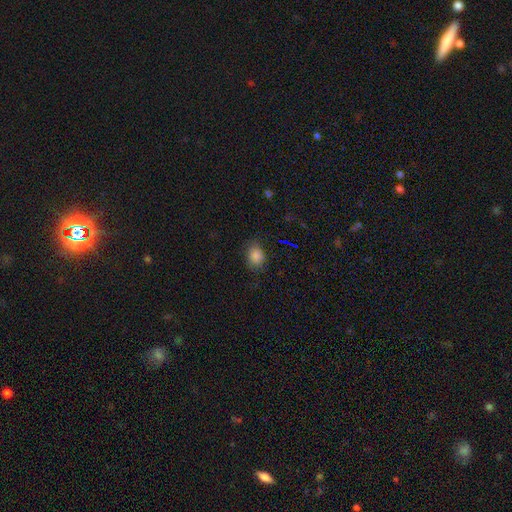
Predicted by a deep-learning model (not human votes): A smooth galaxy with no disk features (82%) that is in between round and cigar-shaped (57%).

Vote fractions:
- Smooth or featured? smooth: 82% / star or artifact: 13% / featured or disk: 5%
- How rounded? in between: 57% / round: 42% / cigar-shaped: 1%
- Merging? none: 75% / minor disturbance: 19% / major disturbance: 5% / merger: 1%